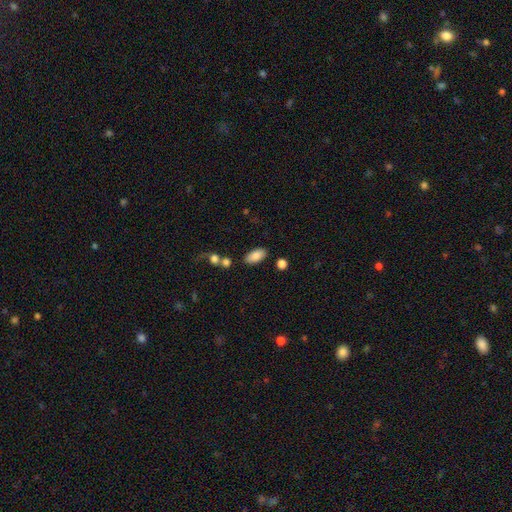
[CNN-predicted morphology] Overall: smooth (83%). How rounded: in between (93%). Merging: none (81%).